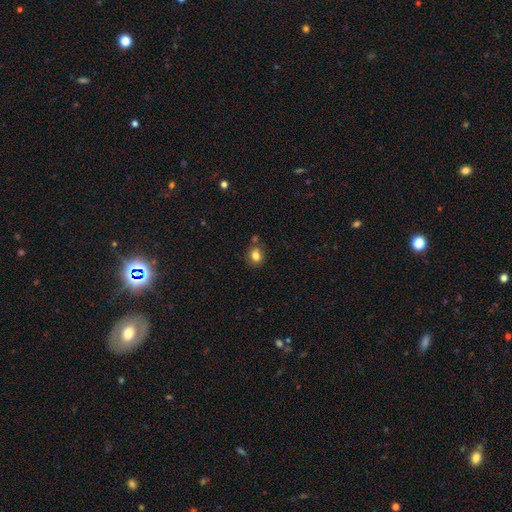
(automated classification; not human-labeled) Morphology: type=smooth (81%); roundness=round (57%); merging=none (70%).